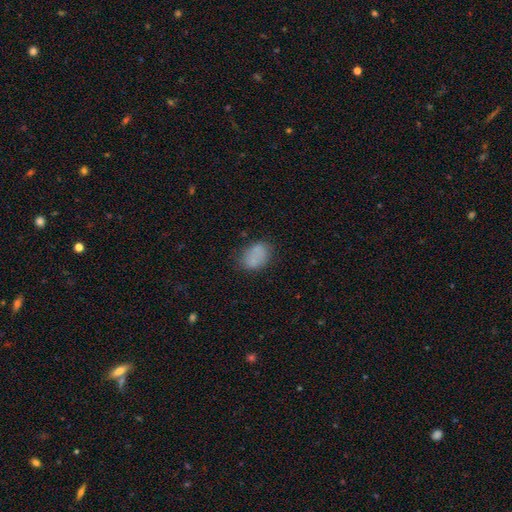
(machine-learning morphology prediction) The model was most divided on "merging": none: 63%, minor disturbance: 21%, merger: 9%, major disturbance: 7%. More confident: smooth or featured — smooth (76%); how rounded — in between (74%).